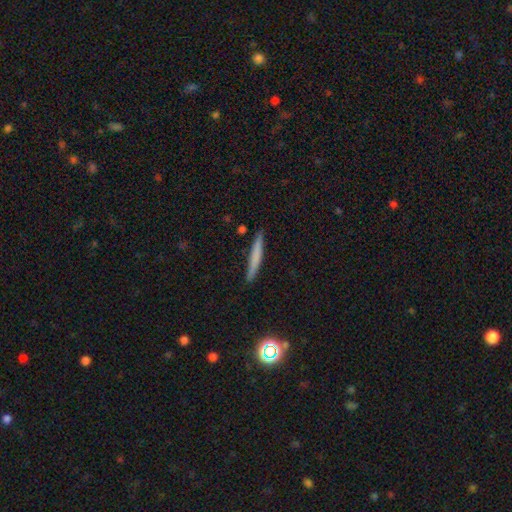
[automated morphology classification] This appears to be a smooth galaxy with no disk features (66%) that is cigar-shaped (96%). Merging: none (88%).